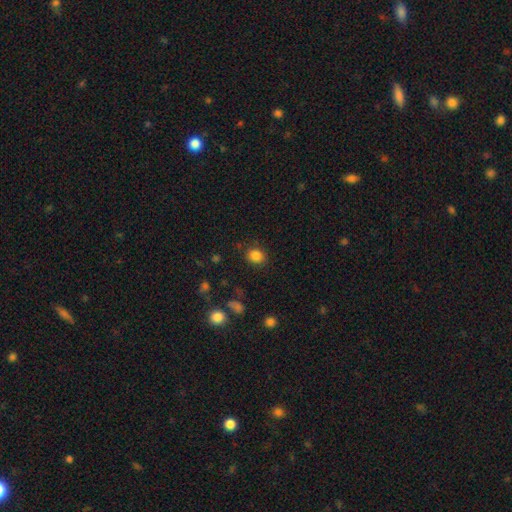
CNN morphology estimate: Overall: smooth (84%). How rounded: round (65%; in between 34%). Merging: none (86%).